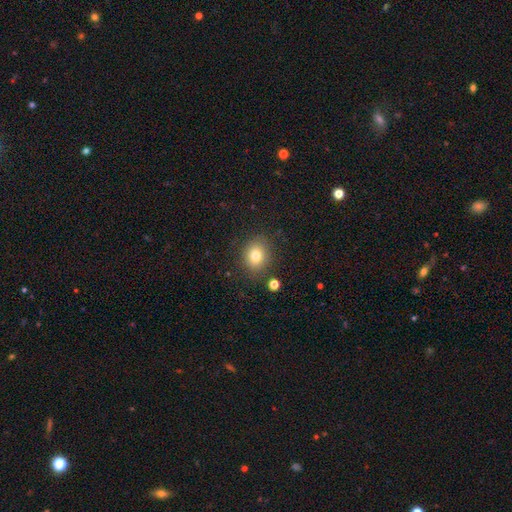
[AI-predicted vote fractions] Q: Smooth or featured?
A: smooth (78%); runner-up: star or artifact (12%)
Q: How rounded?
A: round (67%); runner-up: in between (32%)
Q: Merging?
A: none (83%); runner-up: minor disturbance (10%)